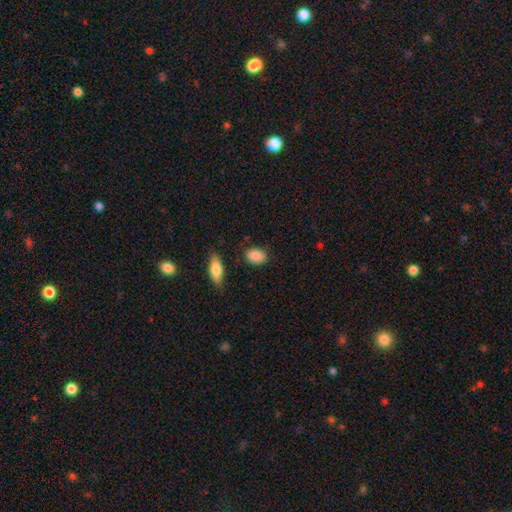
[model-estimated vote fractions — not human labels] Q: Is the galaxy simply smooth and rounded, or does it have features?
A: smooth — 88%.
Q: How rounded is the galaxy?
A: in between — 81%.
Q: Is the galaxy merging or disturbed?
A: none — 81%.